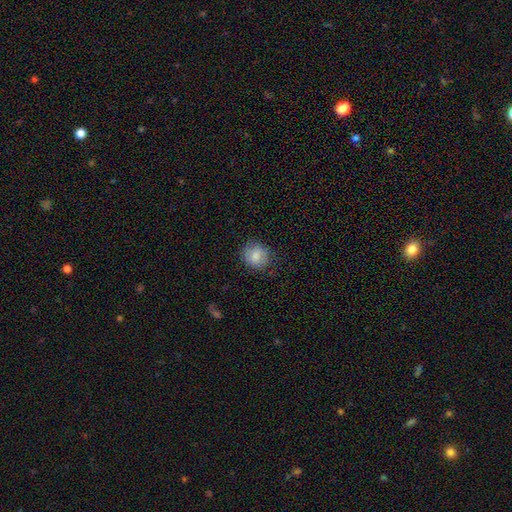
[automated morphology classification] Smooth or featured: smooth — 82% (featured or disk — 10%)
How rounded: round — 77% (in between — 22%)
Merging: none — 79% (minor disturbance — 15%)